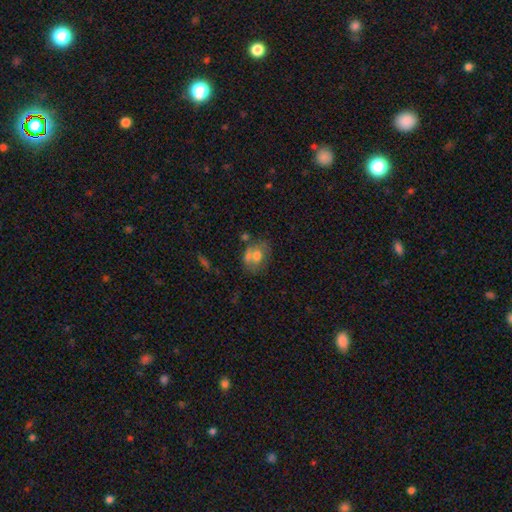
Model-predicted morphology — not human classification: smooth 56%, featured or disk 33%, star or artifact 11%. Down the decision tree: how rounded — in between (58%); merging — none (44%).